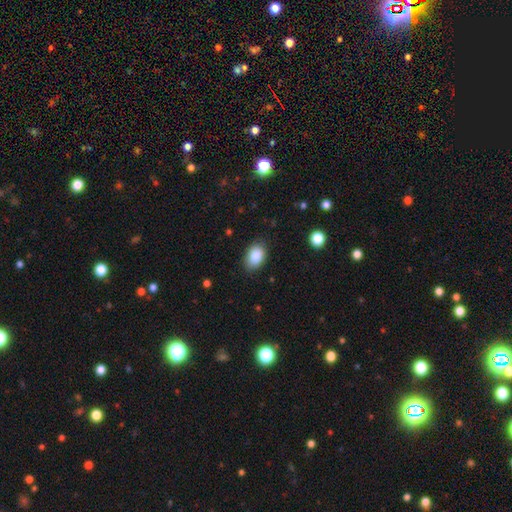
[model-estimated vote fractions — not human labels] smooth-or-featured: smooth: 86% | star or artifact: 8% | featured or disk: 6%
  how-rounded: in between: 85% | round: 14% | cigar-shaped: 1%
  merging: none: 85% | minor disturbance: 12% | major disturbance: 2% | merger: 1%